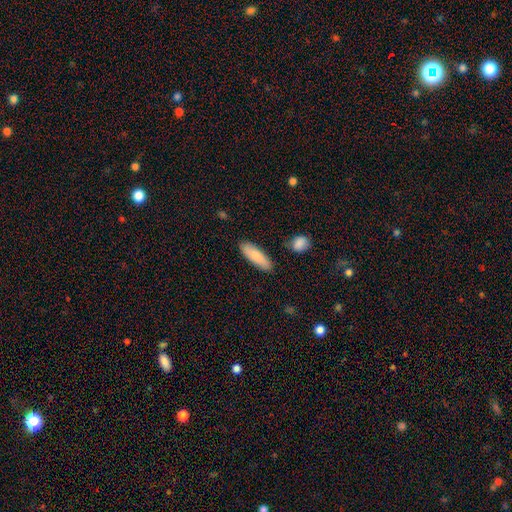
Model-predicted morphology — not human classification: Overall: smooth (86%). How rounded: in between (54%; cigar-shaped 44%). Merging: none (86%).